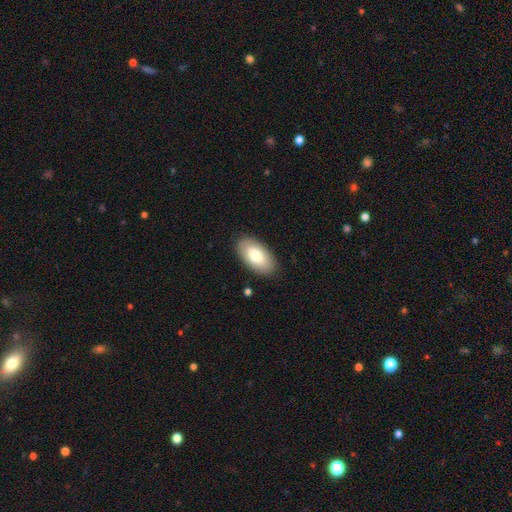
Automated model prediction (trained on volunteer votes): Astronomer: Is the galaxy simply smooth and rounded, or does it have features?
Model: smooth — 76%.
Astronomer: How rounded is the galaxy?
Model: in between — 95%.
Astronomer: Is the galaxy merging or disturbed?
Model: none — 87%.